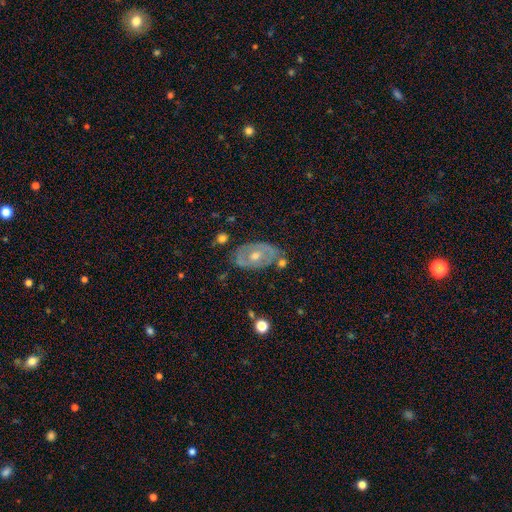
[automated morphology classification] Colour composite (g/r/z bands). It shows a featured or disk galaxy (69%) with no bar (79%), no spiral arms (57%) and a moderate central bulge (67%). Merging: none (70%).